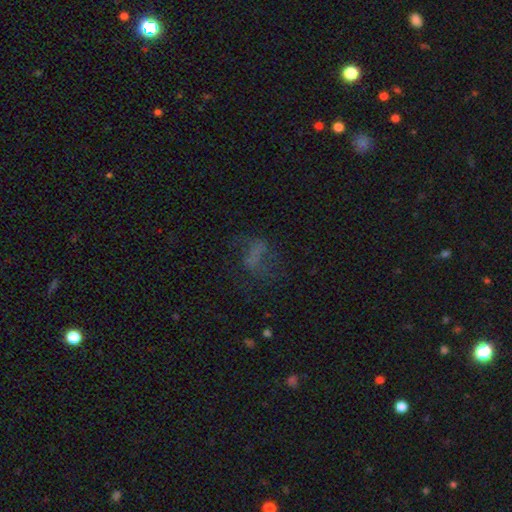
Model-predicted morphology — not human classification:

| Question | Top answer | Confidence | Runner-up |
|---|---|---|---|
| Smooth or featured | smooth | 40% | featured or disk (32%) |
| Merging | none | 47% | major disturbance (32%) |